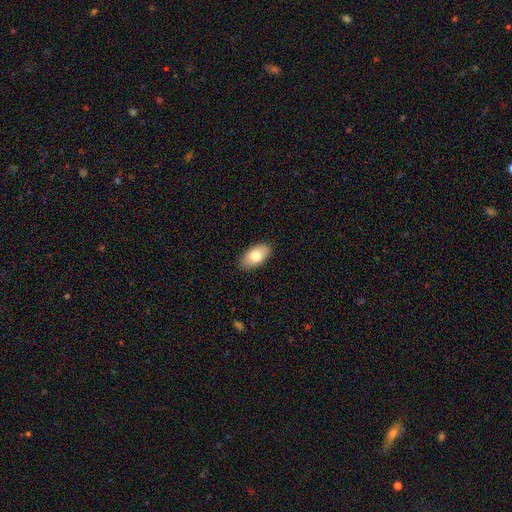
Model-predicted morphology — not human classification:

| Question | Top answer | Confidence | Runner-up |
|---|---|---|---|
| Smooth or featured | smooth | 78% | featured or disk (15%) |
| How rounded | in between | 94% | round (3%) |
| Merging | none | 88% | minor disturbance (9%) |